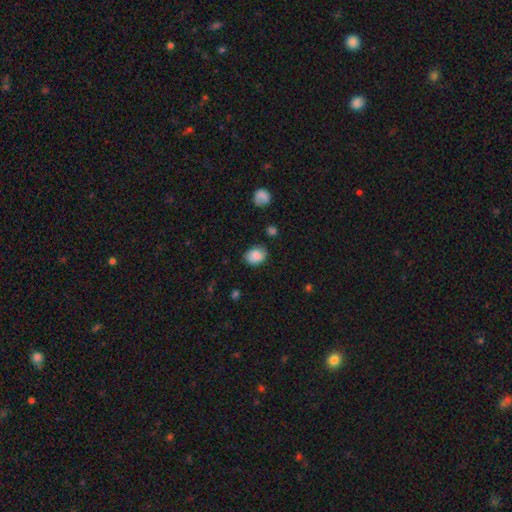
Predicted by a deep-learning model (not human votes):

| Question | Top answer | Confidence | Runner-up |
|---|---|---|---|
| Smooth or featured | smooth | 79% | featured or disk (13%) |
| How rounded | in between | 54% | round (45%) |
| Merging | none | 72% | minor disturbance (21%) |